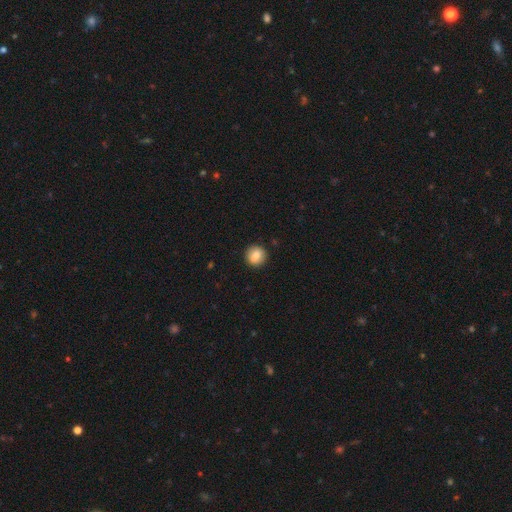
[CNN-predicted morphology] smooth 83%, featured or disk 9%, star or artifact 9%. Down the decision tree: how rounded — round (90%); merging — none (90%).